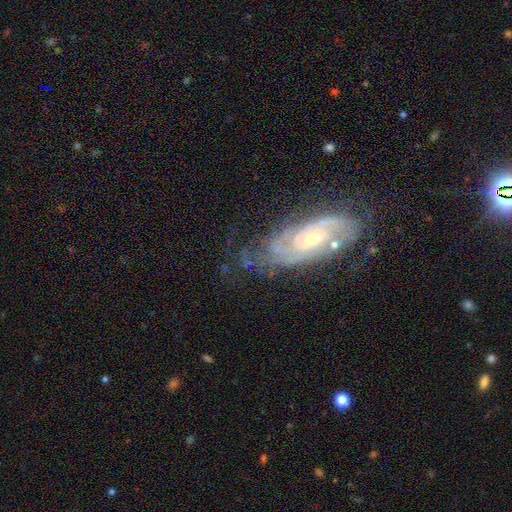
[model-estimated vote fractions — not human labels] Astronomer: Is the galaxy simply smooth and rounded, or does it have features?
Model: featured or disk — 77%.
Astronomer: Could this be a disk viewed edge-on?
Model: no — 90%.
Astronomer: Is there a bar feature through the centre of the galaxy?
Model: no — 59%.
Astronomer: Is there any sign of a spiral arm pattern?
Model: yes — 92%.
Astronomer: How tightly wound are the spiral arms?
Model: tight — 58% (runner-up: medium, 33%).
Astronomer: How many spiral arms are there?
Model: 2 — 41% (runner-up: can't tell, 35%).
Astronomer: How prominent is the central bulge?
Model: small — 49% (runner-up: moderate, 45%).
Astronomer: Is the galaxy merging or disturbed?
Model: none — 70%.